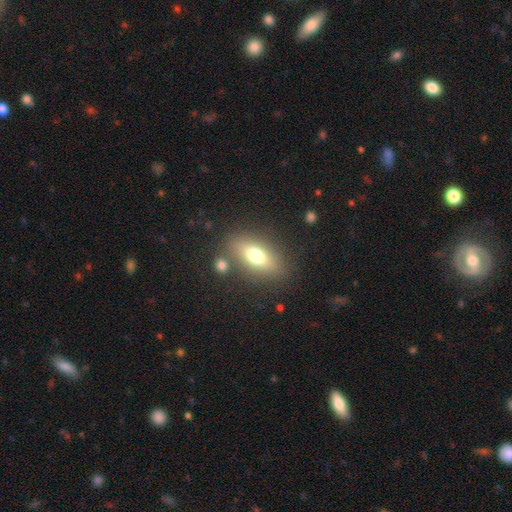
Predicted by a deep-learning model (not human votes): smooth_or_featured: smooth (p=0.71) [alt: featured or disk p=0.20]
how_rounded: in between (p=0.81) [alt: cigar-shaped p=0.12]
merging: none (p=0.75) [alt: minor disturbance p=0.12]